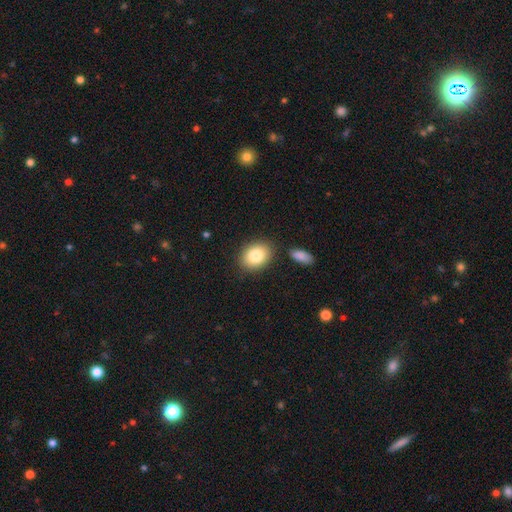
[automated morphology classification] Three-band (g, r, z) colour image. It shows a smooth galaxy with no disk features (83%) that is in between round and cigar-shaped (69%). Merging: none (82%).